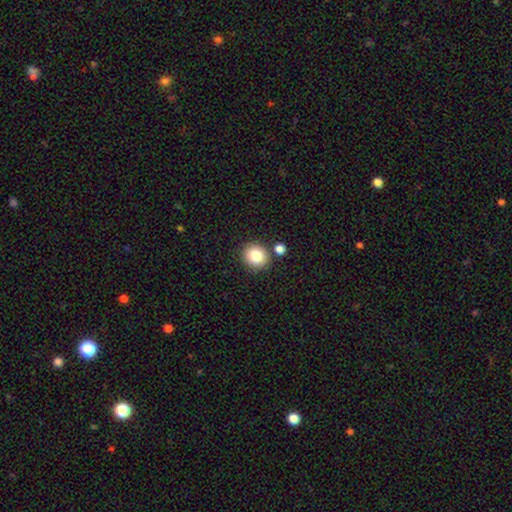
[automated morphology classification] This appears to be a smooth galaxy with no disk features (83%) that is round (85%). Merging: none (80%).